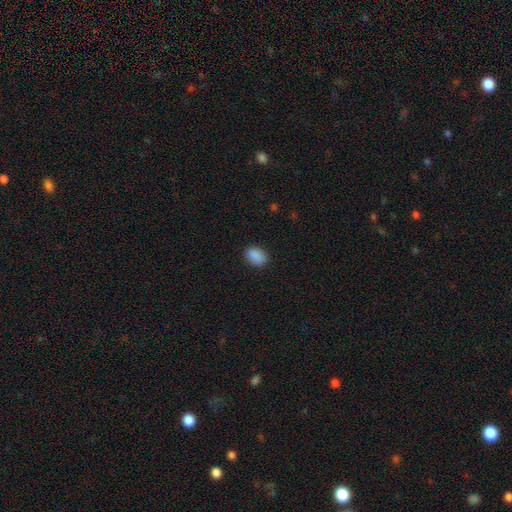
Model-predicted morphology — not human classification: smooth_or_featured: smooth (p=0.88) [alt: star or artifact p=0.09]
how_rounded: in between (p=0.77) [alt: round p=0.22]
merging: none (p=0.85) [alt: minor disturbance p=0.11]